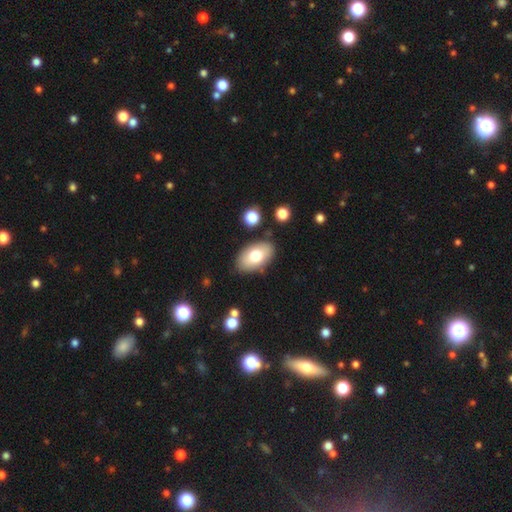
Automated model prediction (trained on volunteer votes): The model was most divided on "smooth or featured": smooth: 74%, featured or disk: 19%, star or artifact: 7%. More confident: how rounded — in between (93%); merging — none (83%).